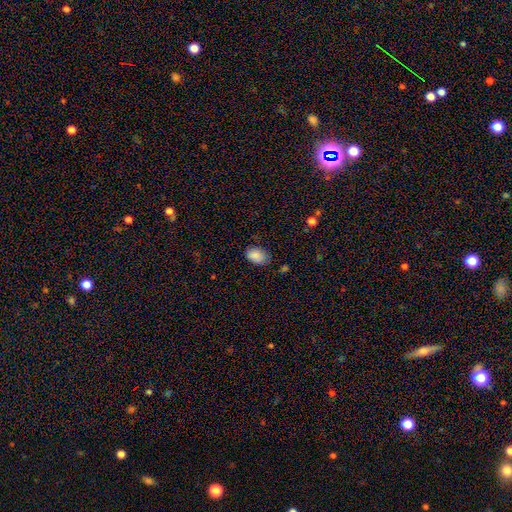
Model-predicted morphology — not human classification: Smooth or featured: smooth — 87% (star or artifact — 8%)
How rounded: in between — 83% (round — 16%)
Merging: none — 69% (minor disturbance — 25%)